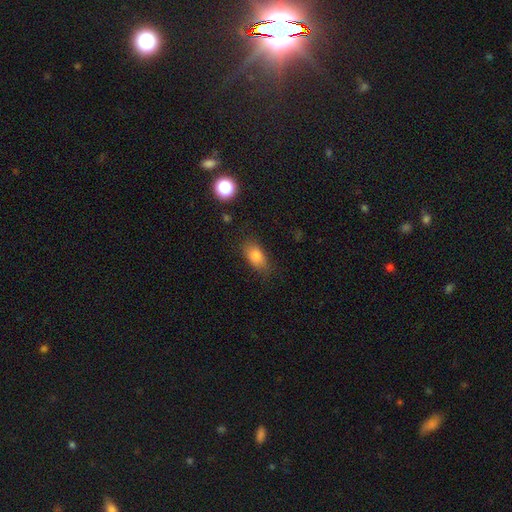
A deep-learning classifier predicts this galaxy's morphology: Smooth or featured: smooth — 82% (star or artifact — 10%)
How rounded: in between — 86% (round — 10%)
Merging: none — 76% (minor disturbance — 17%)